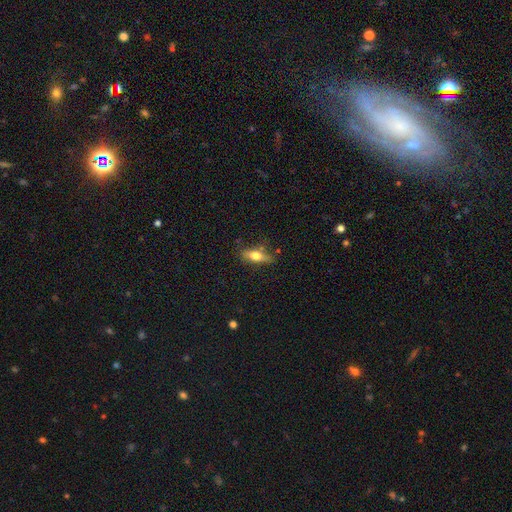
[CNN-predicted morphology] Smooth or featured: smooth — 61% (featured or disk — 32%)
How rounded: in between — 55% (cigar-shaped — 40%)
Merging: none — 70% (minor disturbance — 20%)